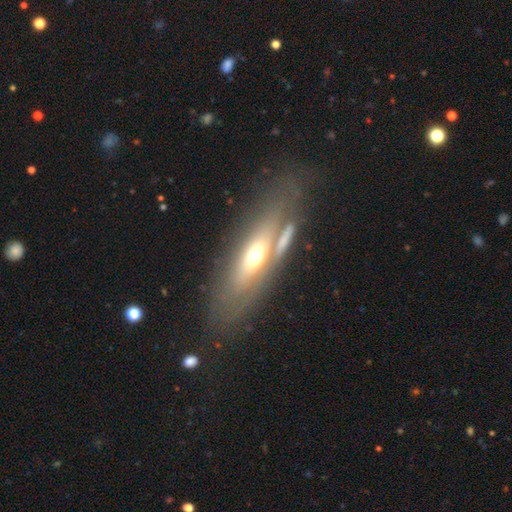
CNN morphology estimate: Q: Smooth or featured?
A: featured or disk (53%); runner-up: smooth (38%)
Q: Edge-on disk?
A: yes (53%); runner-up: no (47%)
Q: Merging?
A: none (61%); runner-up: minor disturbance (16%)